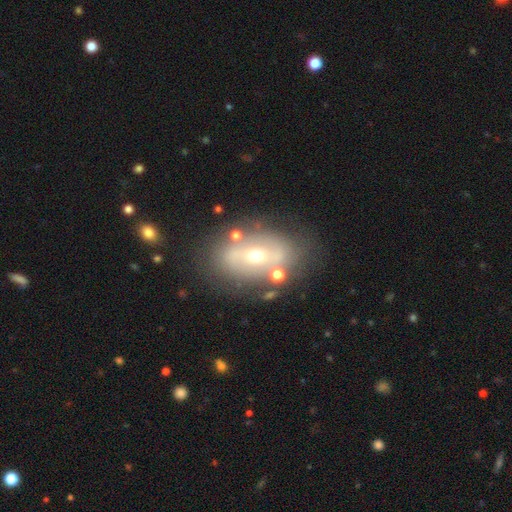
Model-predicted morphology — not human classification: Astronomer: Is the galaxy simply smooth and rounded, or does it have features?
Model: featured or disk — 68%.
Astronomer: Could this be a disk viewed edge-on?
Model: no — 92%.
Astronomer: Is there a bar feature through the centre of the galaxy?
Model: no — 45% (runner-up: weak, 32%).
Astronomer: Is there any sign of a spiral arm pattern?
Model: yes — 55% (runner-up: no, 45%).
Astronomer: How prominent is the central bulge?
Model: moderate — 58% (runner-up: small, 36%).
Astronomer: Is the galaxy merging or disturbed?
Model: none — 73%.